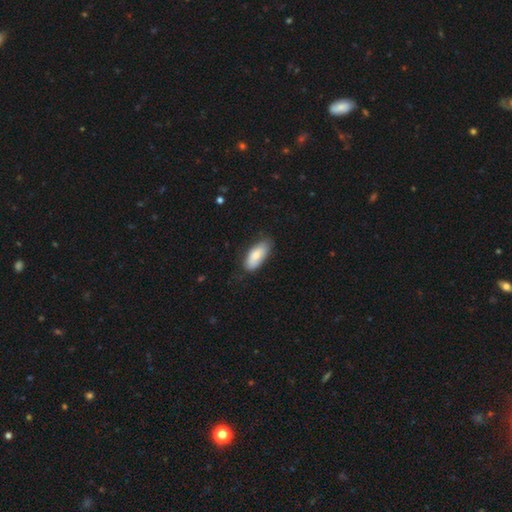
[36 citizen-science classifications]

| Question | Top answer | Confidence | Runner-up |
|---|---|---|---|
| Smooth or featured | smooth | 78% | featured or disk (17%) |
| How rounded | in between | 89% | cigar-shaped (7%) |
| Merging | none | 62% | minor disturbance (26%) |